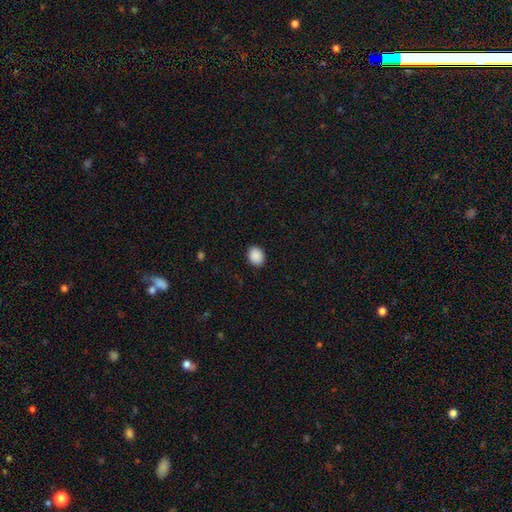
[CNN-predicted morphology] Smooth or featured: smooth — 90% (star or artifact — 7%)
How rounded: in between — 56% (round — 43%)
Merging: none — 90% (minor disturbance — 8%)